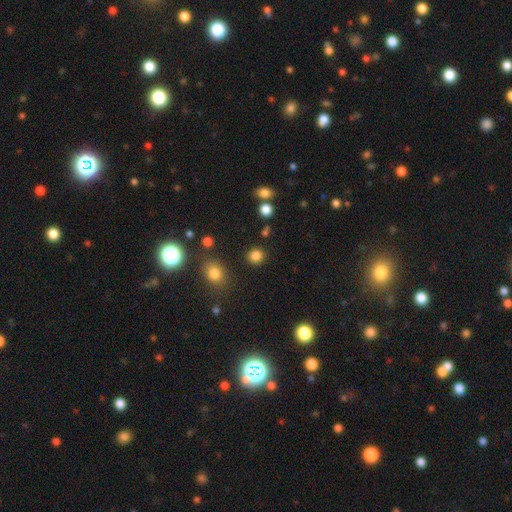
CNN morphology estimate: Smooth or featured: smooth — 83% (star or artifact — 14%)
How rounded: round — 89% (in between — 10%)
Merging: none — 88% (minor disturbance — 6%)